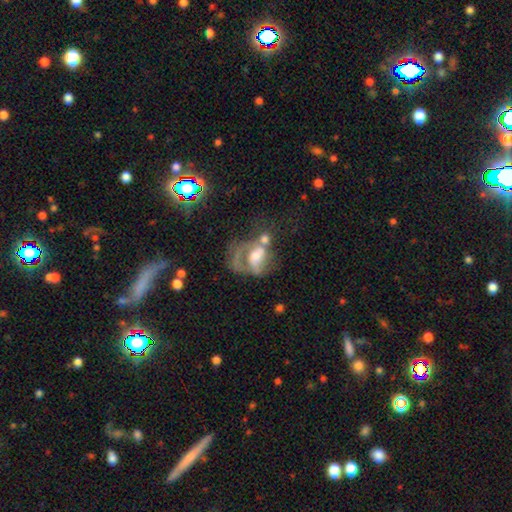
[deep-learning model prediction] featured or disk 62%, smooth 28%, star or artifact 10%. Down the decision tree: edge-on disk — no (96%); bar — no (55%); spiral arms — yes (61%); bulge size — moderate (53%); merging — merger (38%).